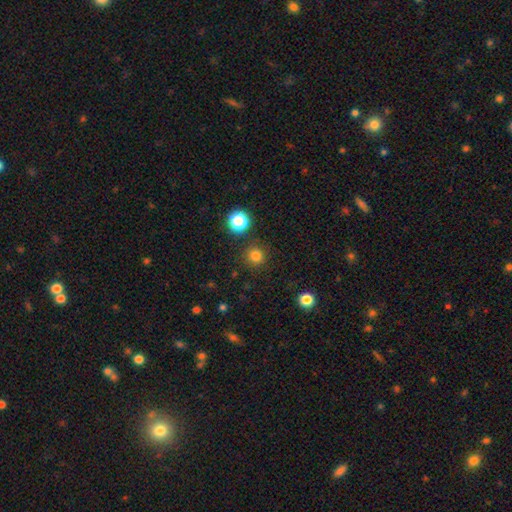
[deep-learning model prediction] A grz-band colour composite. It shows a smooth galaxy with no disk features (80%) that is round (94%). Merging: none (89%).